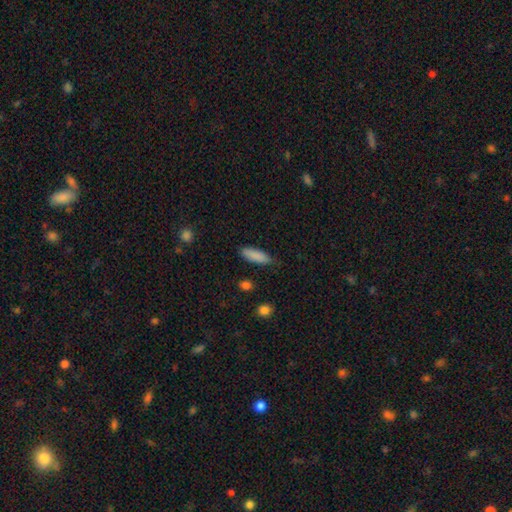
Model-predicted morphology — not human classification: Smooth or featured? Predicted: smooth (p=0.88). How rounded? Predicted: in between (p=0.55). Merging? Predicted: none (p=0.82).